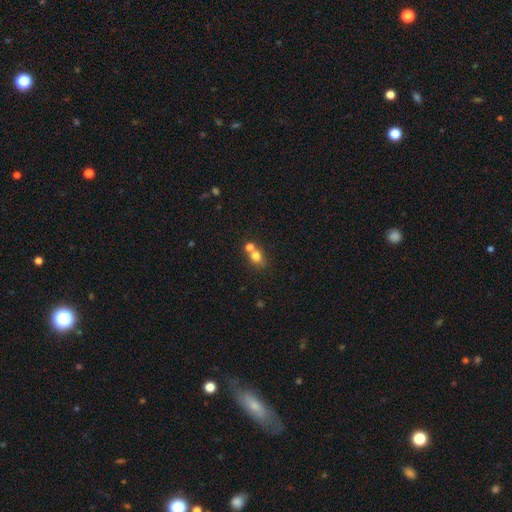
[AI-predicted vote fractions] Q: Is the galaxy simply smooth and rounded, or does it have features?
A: smooth — 75%.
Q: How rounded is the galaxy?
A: round — 68%.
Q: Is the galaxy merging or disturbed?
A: merger — 48%.